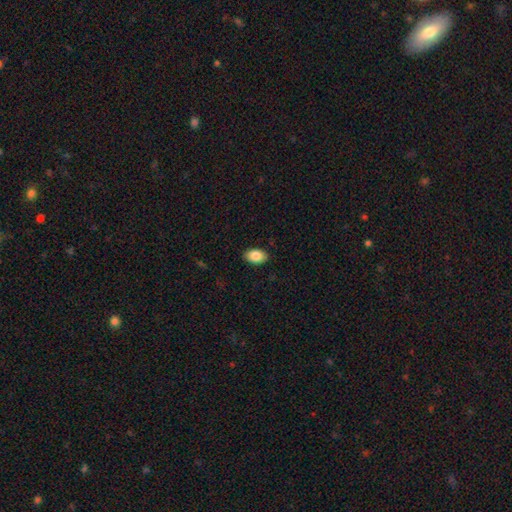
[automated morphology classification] Smooth or featured?
  - smooth: 86% *
  - star or artifact: 7%
  - featured or disk: 7%
How rounded?
  - in between: 90% *
  - round: 8%
  - cigar-shaped: 1%
Merging?
  - none: 89% *
  - minor disturbance: 8%
  - major disturbance: 2%
  - merger: 1%